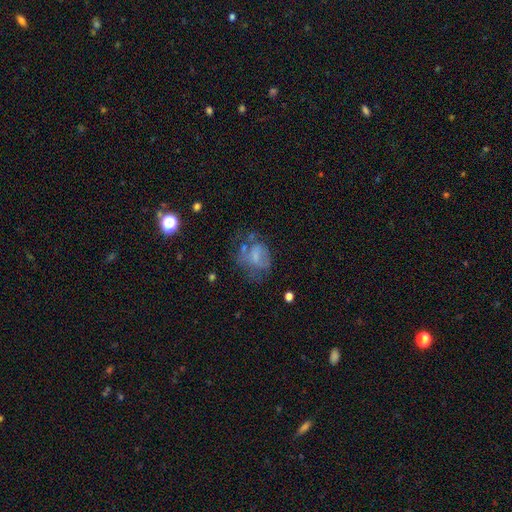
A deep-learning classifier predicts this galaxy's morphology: smooth 44%, featured or disk 43%, star or artifact 13%. Down the decision tree: merging — major disturbance (37%).